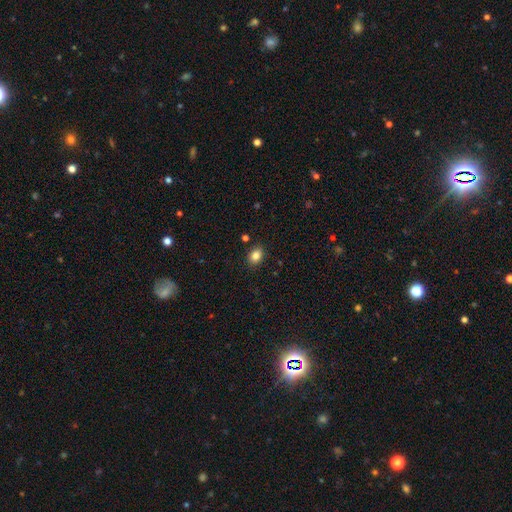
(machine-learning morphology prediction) A smooth galaxy with no disk features (84%) that is in between round and cigar-shaped (63%). Merging: none (87%).